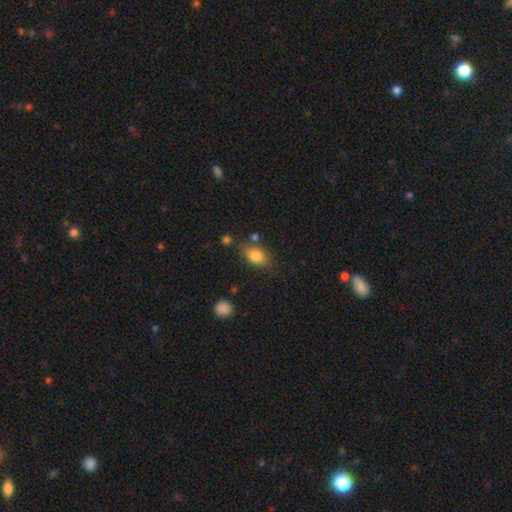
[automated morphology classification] smooth-or-featured: smooth: 81% | featured or disk: 11% | star or artifact: 8%
  how-rounded: in between: 83% | round: 14% | cigar-shaped: 3%
  merging: none: 74% | minor disturbance: 16% | merger: 6% | major disturbance: 4%